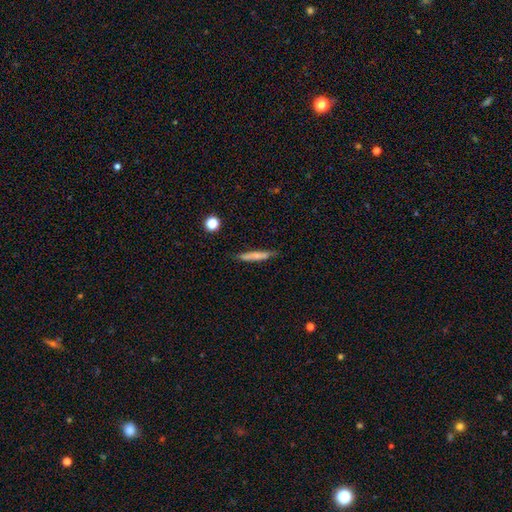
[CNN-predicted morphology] Smooth or featured? smooth (60%)
How rounded? cigar-shaped (90%)
Merging? none (79%)